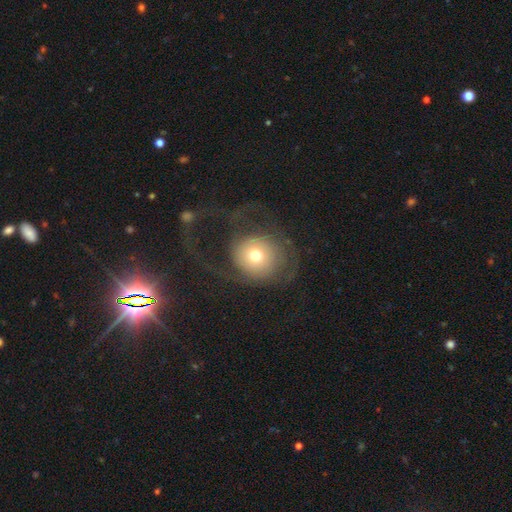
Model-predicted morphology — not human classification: A smooth galaxy with no disk features (49%).

Vote fractions:
- Smooth or featured? smooth: 49% / featured or disk: 42% / star or artifact: 9%
- Merging? major disturbance: 45% / none: 39% / minor disturbance: 13% / merger: 2%